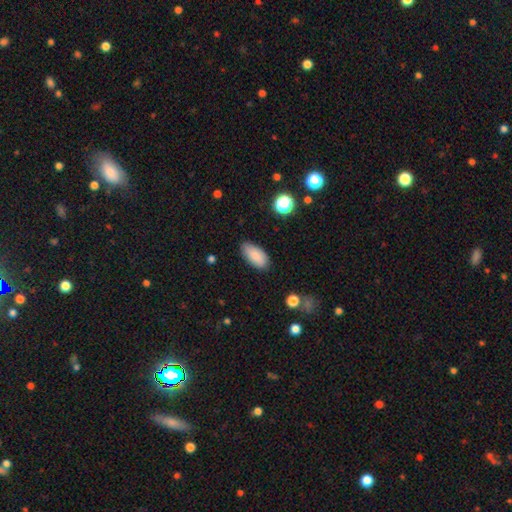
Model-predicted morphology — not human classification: A smooth galaxy with no disk features (86%) that is in between round and cigar-shaped (91%).

Vote fractions:
- Smooth or featured? smooth: 86% / star or artifact: 7% / featured or disk: 6%
- How rounded? in between: 91% / cigar-shaped: 7% / round: 2%
- Merging? none: 82% / minor disturbance: 14% / major disturbance: 3% / merger: 1%